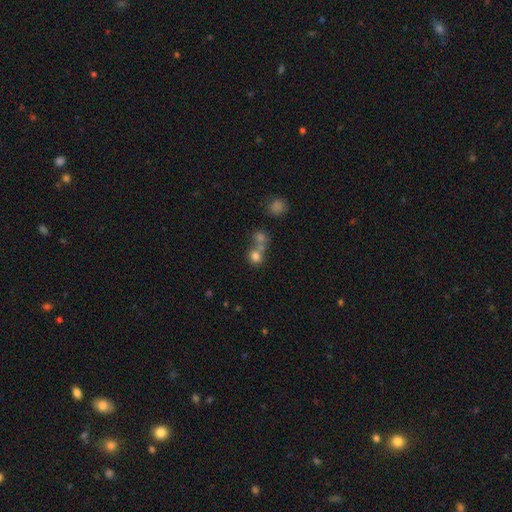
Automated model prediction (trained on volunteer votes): A smooth galaxy with no disk features (76%) that is round (80%). Merging: merger (45%).